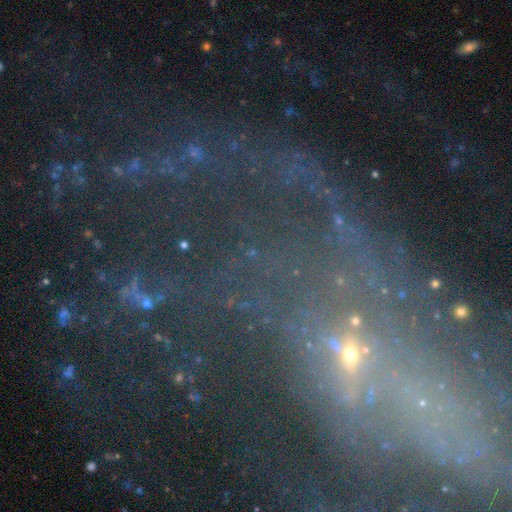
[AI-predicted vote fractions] Smooth or featured? Predicted: star or artifact (p=0.56).